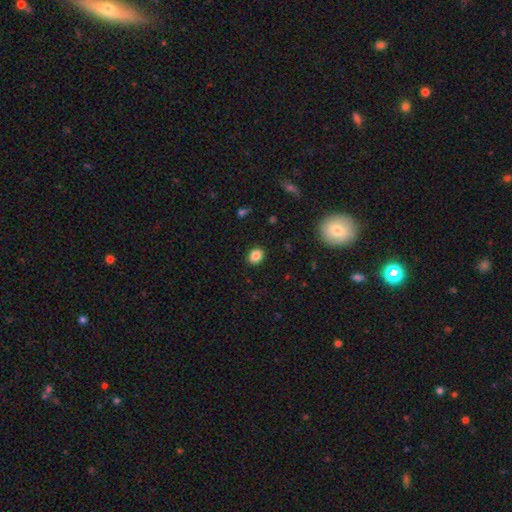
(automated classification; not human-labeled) Smooth or featured: smooth — 85% (star or artifact — 10%)
How rounded: round — 51% (in between — 48%)
Merging: none — 90% (minor disturbance — 7%)